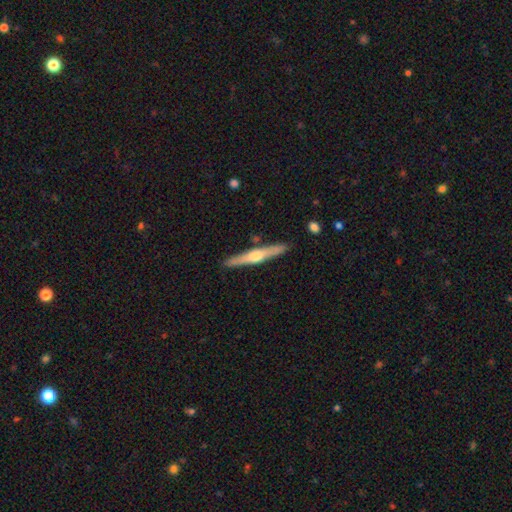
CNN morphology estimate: The model was most divided on "smooth or featured": featured or disk: 65%, smooth: 30%, star or artifact: 5%. More confident: edge-on disk — yes (97%); edge-on bulge — rounded (89%); merging — none (89%).